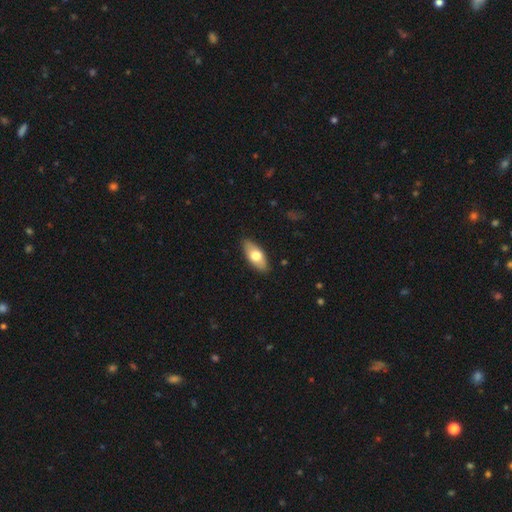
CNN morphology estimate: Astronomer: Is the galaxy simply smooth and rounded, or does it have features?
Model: smooth — 68%.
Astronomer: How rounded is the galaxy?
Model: in between — 85%.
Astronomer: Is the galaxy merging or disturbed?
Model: none — 88%.